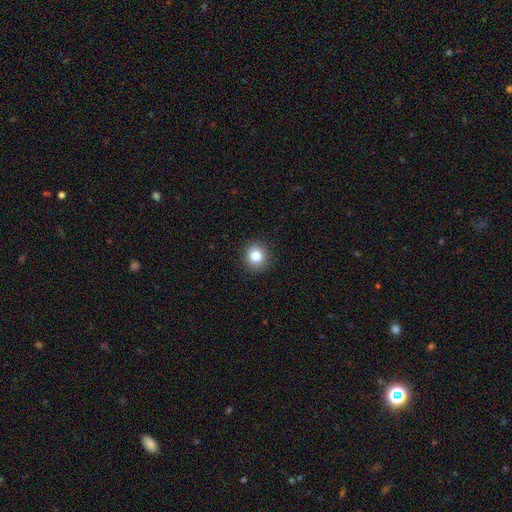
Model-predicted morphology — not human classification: smooth-or-featured: smooth: 81% | star or artifact: 12% | featured or disk: 7%
  how-rounded: round: 90% | in between: 9% | cigar-shaped: 1%
  merging: none: 91% | minor disturbance: 6% | major disturbance: 2% | merger: 1%